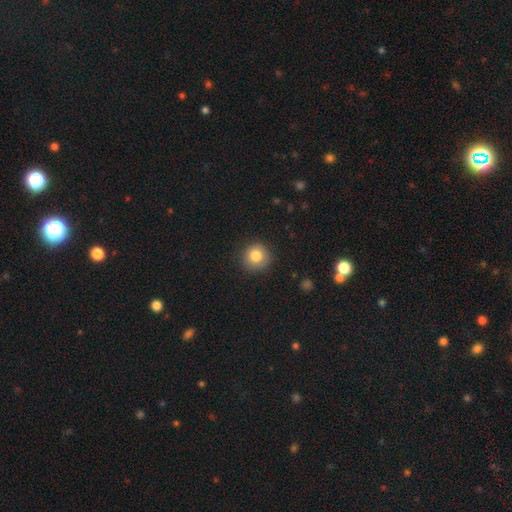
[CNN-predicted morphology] This appears to be a smooth galaxy with no disk features (82%) that is round (93%). Merging: none (88%).